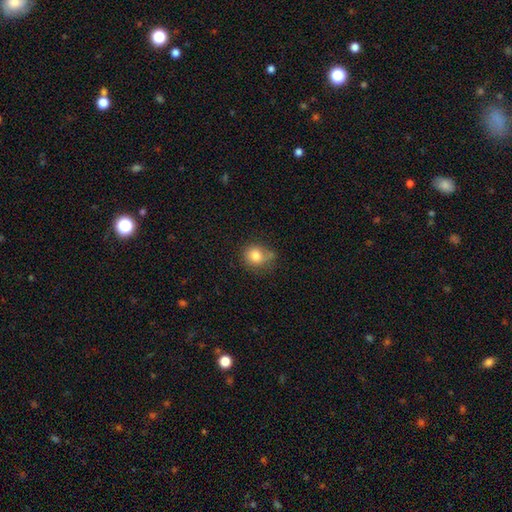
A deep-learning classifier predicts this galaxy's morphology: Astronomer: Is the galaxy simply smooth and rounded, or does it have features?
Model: smooth — 82%.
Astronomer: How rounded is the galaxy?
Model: round — 77%.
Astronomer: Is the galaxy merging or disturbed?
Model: none — 58%.